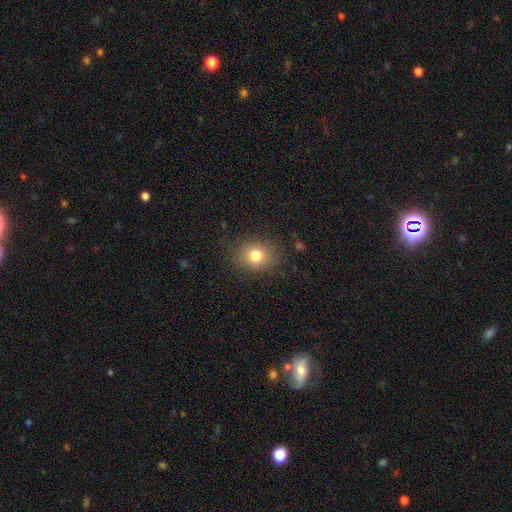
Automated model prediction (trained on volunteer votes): Smooth or featured?
  - smooth: 80% *
  - star or artifact: 12%
  - featured or disk: 9%
How rounded?
  - round: 61% *
  - in between: 38%
  - cigar-shaped: 1%
Merging?
  - none: 84% *
  - minor disturbance: 11%
  - major disturbance: 4%
  - merger: 1%